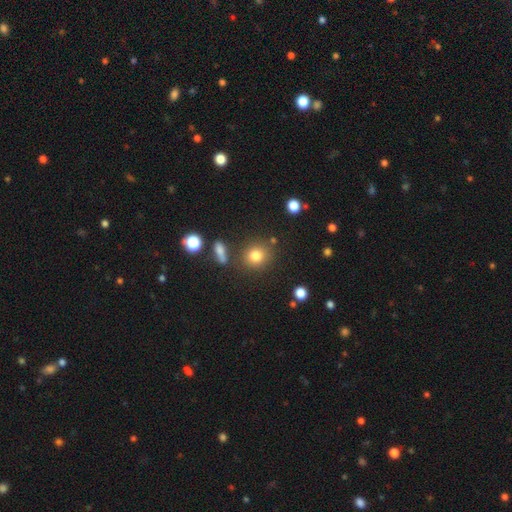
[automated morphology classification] type=smooth (79%); roundness=round (81%); merging=none (79%).